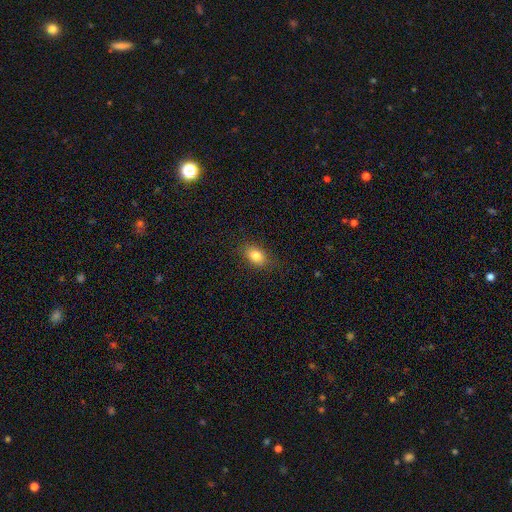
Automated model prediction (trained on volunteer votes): Smooth or featured? Predicted: smooth (p=0.82). How rounded? Predicted: in between (p=0.79). Merging? Predicted: none (p=0.83).